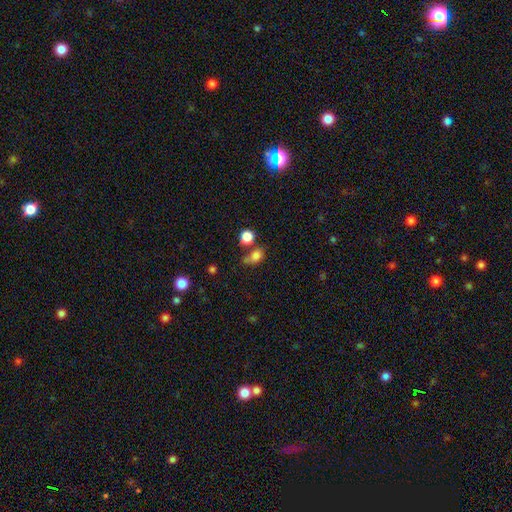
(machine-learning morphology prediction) Q: Smooth or featured?
A: smooth (79%); runner-up: star or artifact (13%)
Q: How rounded?
A: in between (66%); runner-up: round (32%)
Q: Merging?
A: none (46%); runner-up: minor disturbance (22%)